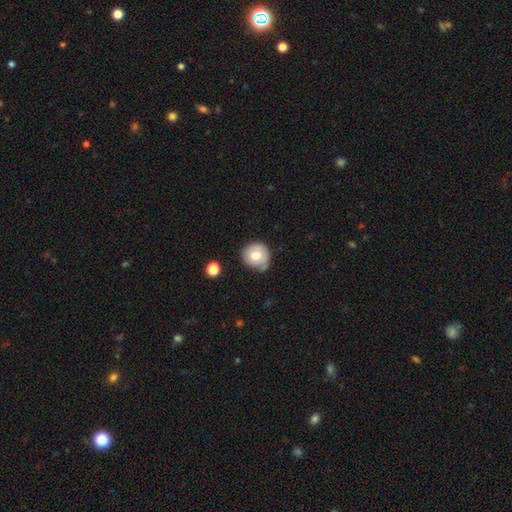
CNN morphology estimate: Smooth or featured?
  - smooth: 72% *
  - featured or disk: 20%
  - star or artifact: 8%
How rounded?
  - round: 90% *
  - in between: 9%
  - cigar-shaped: 1%
Merging?
  - none: 67% *
  - minor disturbance: 23%
  - merger: 6%
  - major disturbance: 5%